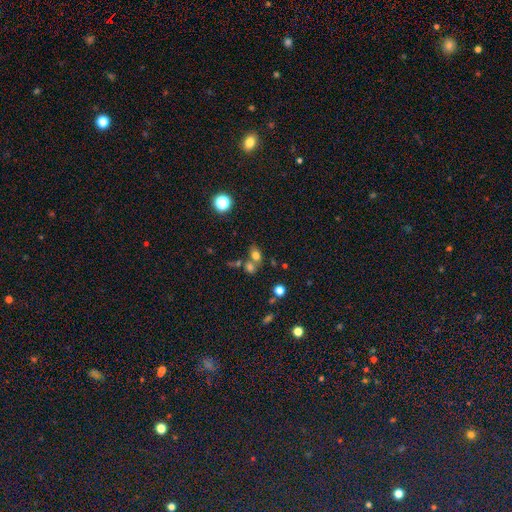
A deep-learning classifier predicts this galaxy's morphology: type=smooth (71%); roundness=in between (64%); merging=none (43%).